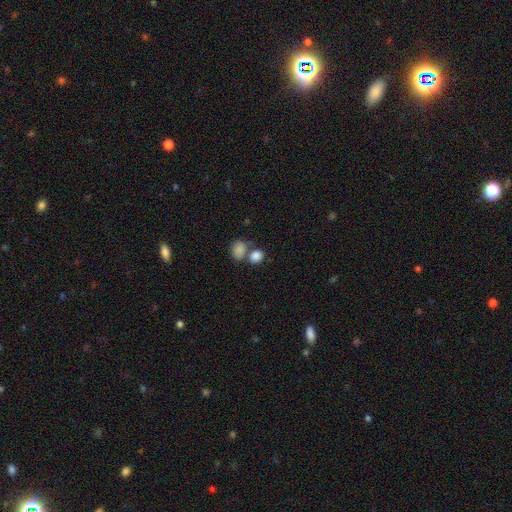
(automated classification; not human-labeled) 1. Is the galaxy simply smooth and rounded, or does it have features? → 84% smooth, 9% star or artifact, 6% featured or disk.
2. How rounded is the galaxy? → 50% round, 49% in between, 1% cigar-shaped.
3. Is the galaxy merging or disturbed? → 43% merger (tied), 43% none (tied), 10% minor disturbance, 4% major disturbance.